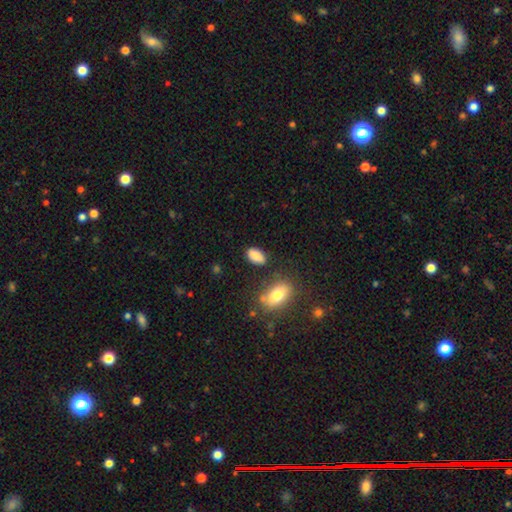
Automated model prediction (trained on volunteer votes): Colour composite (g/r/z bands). It shows a smooth galaxy with no disk features (87%) that is in between round and cigar-shaped (92%). Merging: none (78%).